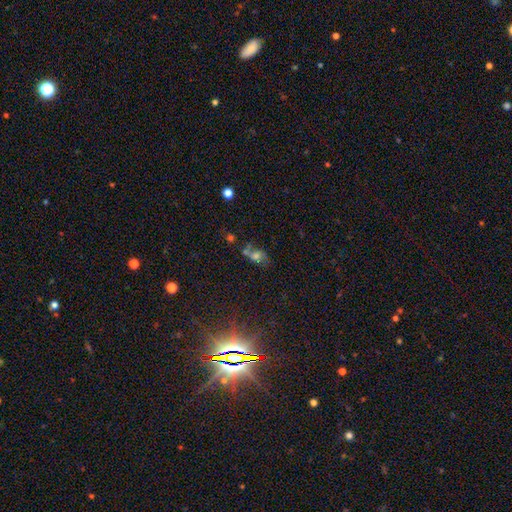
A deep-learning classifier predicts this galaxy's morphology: Smooth or featured? Predicted: featured or disk (p=0.40). Merging? Predicted: none (p=0.43).